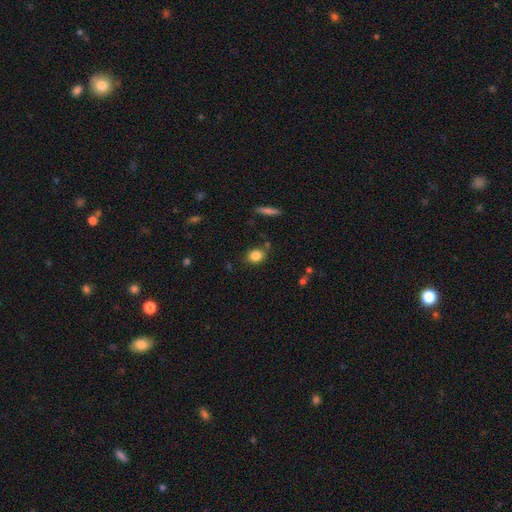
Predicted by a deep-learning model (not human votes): smooth 84%, star or artifact 10%, featured or disk 6%. Down the decision tree: how rounded — round (51%); merging — none (80%).